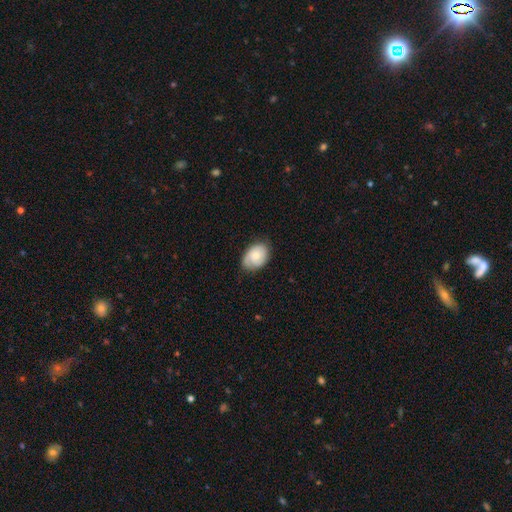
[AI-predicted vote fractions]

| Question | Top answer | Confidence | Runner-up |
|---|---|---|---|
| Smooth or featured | smooth | 52% | featured or disk (42%) |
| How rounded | in between | 76% | round (23%) |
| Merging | none | 69% | minor disturbance (24%) |